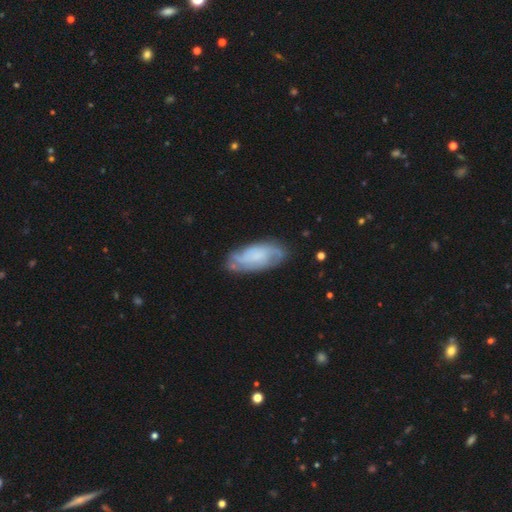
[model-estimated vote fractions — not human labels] Overall: featured or disk (64%; smooth 29%). Edge-on disk: no (92%). Bar: no (63%; weak 31%). Spiral arms: yes (90%). Spiral arm count: 2 (42%; can't tell 33%). Spiral winding: tight (44%; medium 39%). Bulge size: small (41%; none 35%). Merging: none (73%).